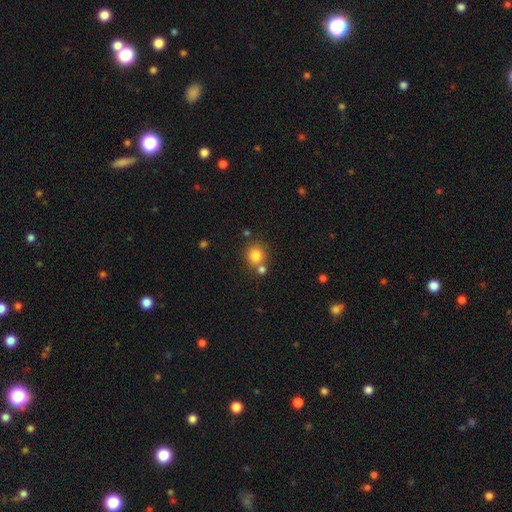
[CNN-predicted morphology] type=smooth (82%); roundness=round (82%); merging=none (63%).